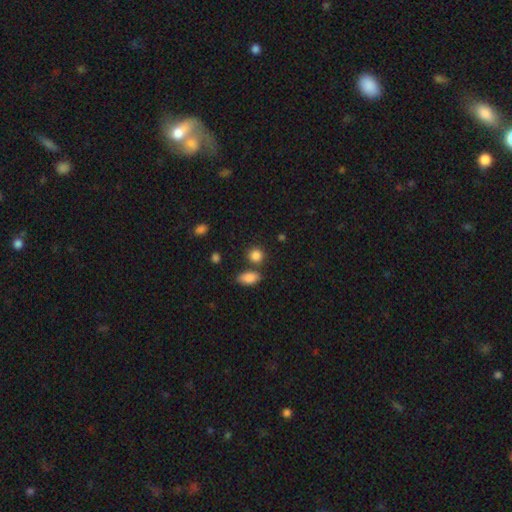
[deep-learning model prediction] A smooth galaxy with no disk features (86%) that is round (75%).

Vote fractions:
- Smooth or featured? smooth: 86% / star or artifact: 10% / featured or disk: 4%
- How rounded? round: 75% / in between: 23% / cigar-shaped: 2%
- Merging? none: 69% / merger: 16% / minor disturbance: 11% / major disturbance: 4%